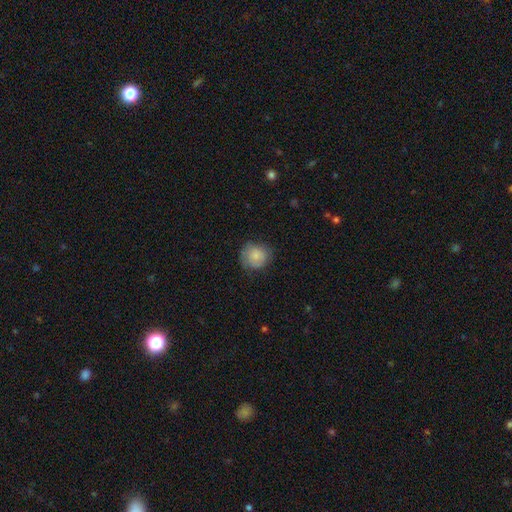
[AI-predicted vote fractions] A smooth galaxy with no disk features (76%) that is round (85%).

Vote fractions:
- Smooth or featured? smooth: 76% / featured or disk: 17% / star or artifact: 7%
- How rounded? round: 85% / in between: 14% / cigar-shaped: 1%
- Merging? none: 70% / minor disturbance: 22% / major disturbance: 7% / merger: 1%